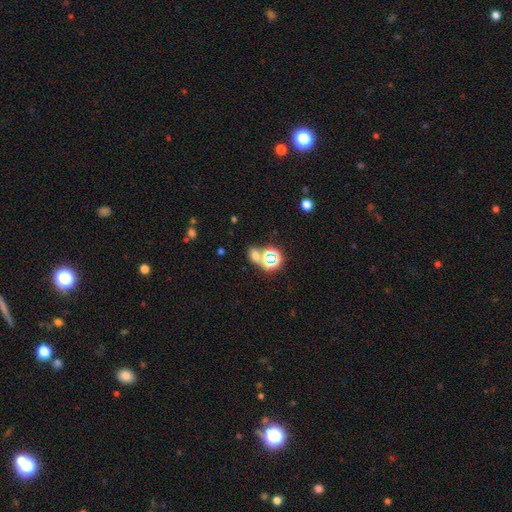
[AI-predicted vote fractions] The model was most divided on "smooth or featured": smooth: 49%, star or artifact: 41%, featured or disk: 10%. More confident: merging — none (56%).